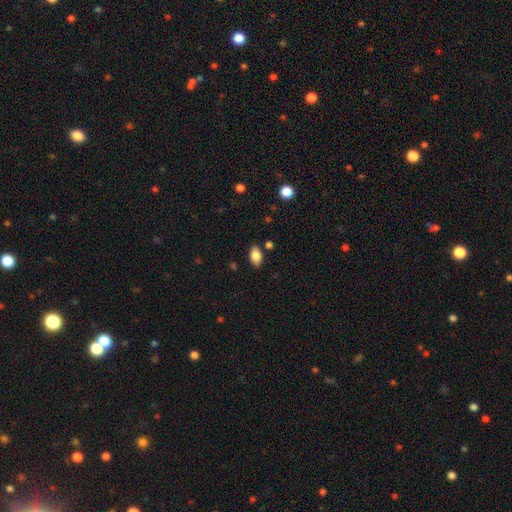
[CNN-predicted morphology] A smooth galaxy with no disk features (85%) that is in between round and cigar-shaped (91%). Merging: none (84%).